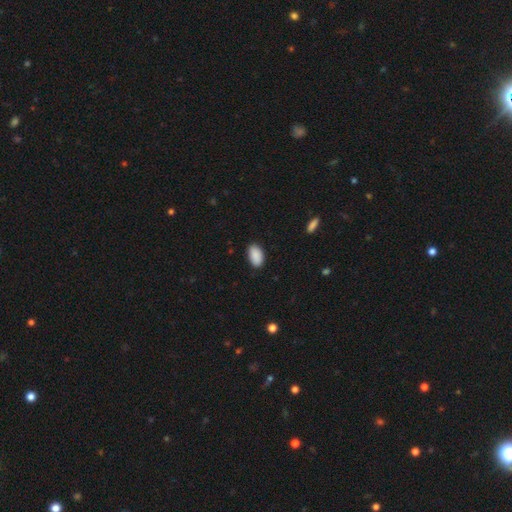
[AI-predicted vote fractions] smooth-or-featured: smooth: 91% | star or artifact: 7% | featured or disk: 3%
  how-rounded: in between: 94% | round: 4% | cigar-shaped: 2%
  merging: none: 88% | minor disturbance: 9% | major disturbance: 2% | merger: 1%